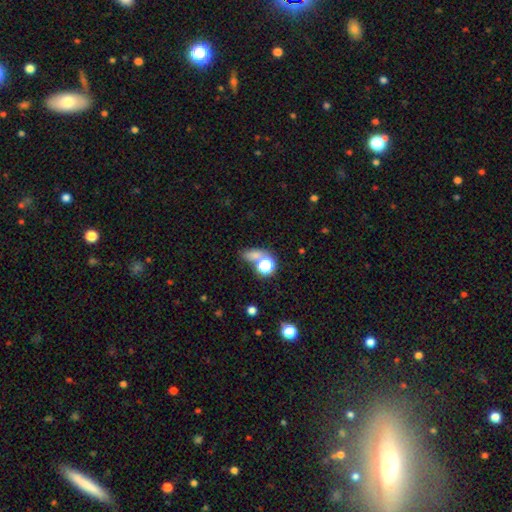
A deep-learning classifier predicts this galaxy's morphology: A smooth galaxy with no disk features (62%) that is in between round and cigar-shaped (51%).

Vote fractions:
- Smooth or featured? smooth: 62% / star or artifact: 29% / featured or disk: 10%
- How rounded? in between: 51% / round: 42% / cigar-shaped: 7%
- Merging? none: 50% / merger: 27% / minor disturbance: 13% / major disturbance: 9%